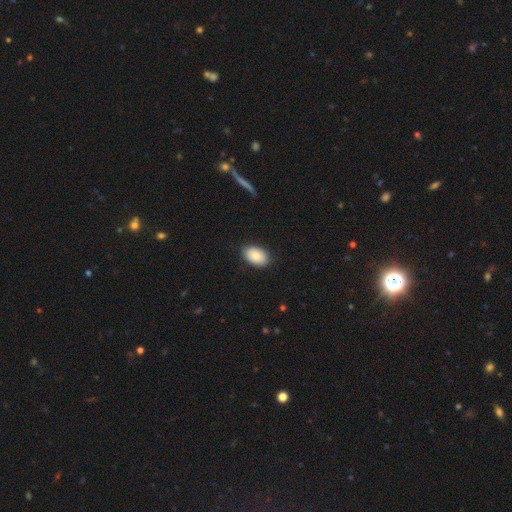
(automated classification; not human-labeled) Overall: smooth (86%). How rounded: in between (91%). Merging: none (87%).